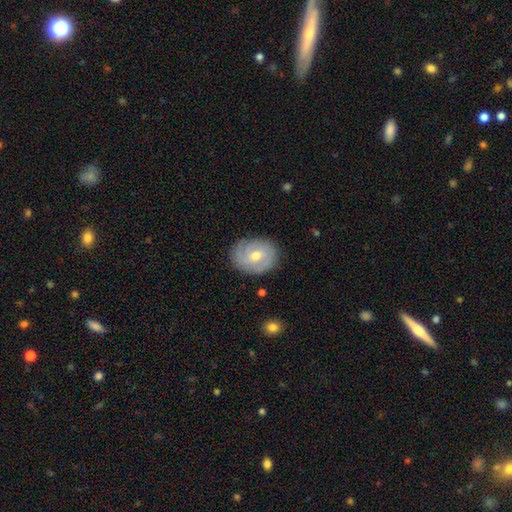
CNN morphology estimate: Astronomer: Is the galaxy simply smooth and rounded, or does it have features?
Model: featured or disk — 67%.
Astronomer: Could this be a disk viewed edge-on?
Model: no — 97%.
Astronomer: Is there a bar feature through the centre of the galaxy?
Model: no — 50% (runner-up: weak, 42%).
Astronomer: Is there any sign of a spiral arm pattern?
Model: yes — 85%.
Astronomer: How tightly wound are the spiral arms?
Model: tight — 55% (runner-up: medium, 33%).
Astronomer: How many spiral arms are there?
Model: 2 — 43% (runner-up: can't tell, 32%).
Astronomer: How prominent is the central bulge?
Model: moderate — 59% (runner-up: small, 38%).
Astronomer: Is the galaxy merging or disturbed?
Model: none — 81%.